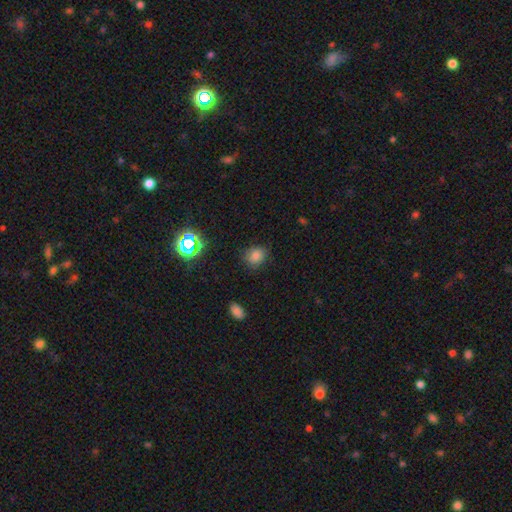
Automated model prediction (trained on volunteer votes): Morphology: type=smooth (76%); roundness=round (66%); merging=none (79%).